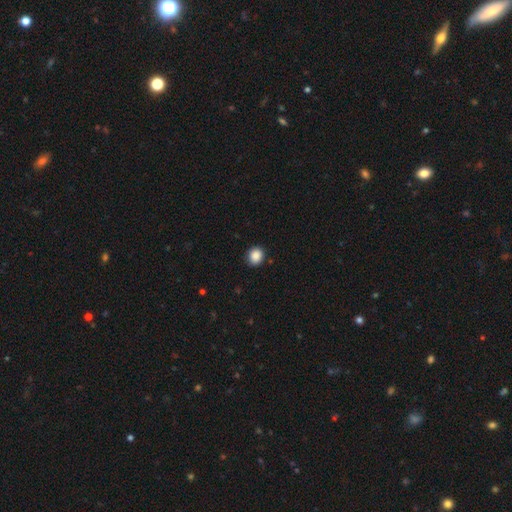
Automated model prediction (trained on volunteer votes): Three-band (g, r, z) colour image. It shows a smooth galaxy with no disk features (88%) that is round (77%). Merging: none (87%).